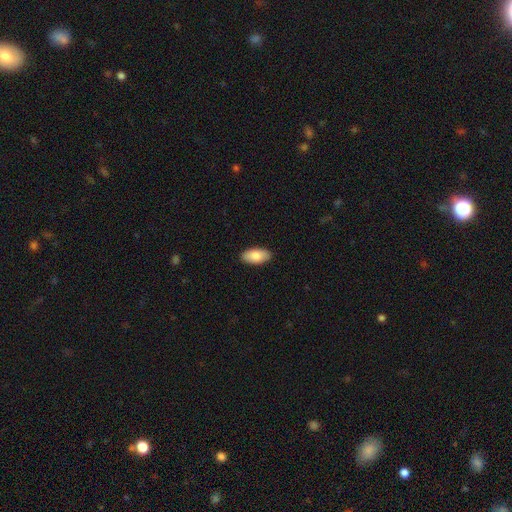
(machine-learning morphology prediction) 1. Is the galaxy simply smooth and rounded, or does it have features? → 85% smooth, 9% featured or disk, 6% star or artifact.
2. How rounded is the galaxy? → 94% in between, 3% cigar-shaped, 2% round.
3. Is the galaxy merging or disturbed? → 89% none, 8% minor disturbance, 2% major disturbance, 1% merger.